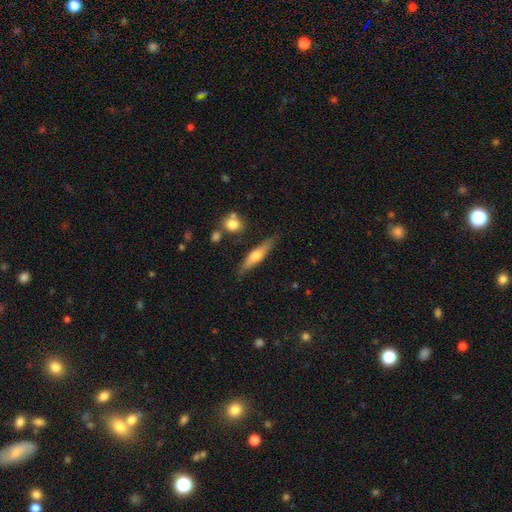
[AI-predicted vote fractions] Morphology: type=smooth (49%); merging=none (77%).